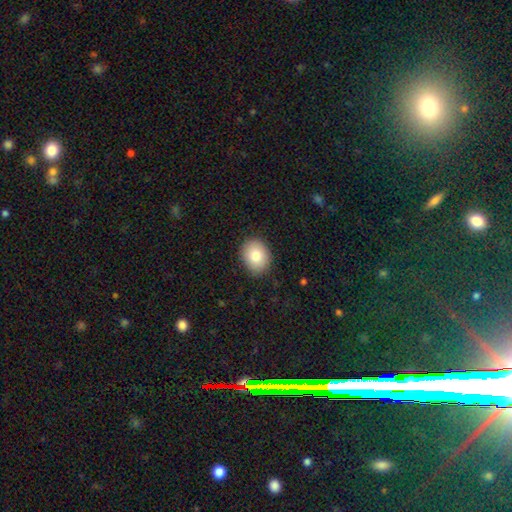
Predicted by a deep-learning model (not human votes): Overall: smooth (82%). How rounded: in between (52%; round 47%). Merging: none (87%).